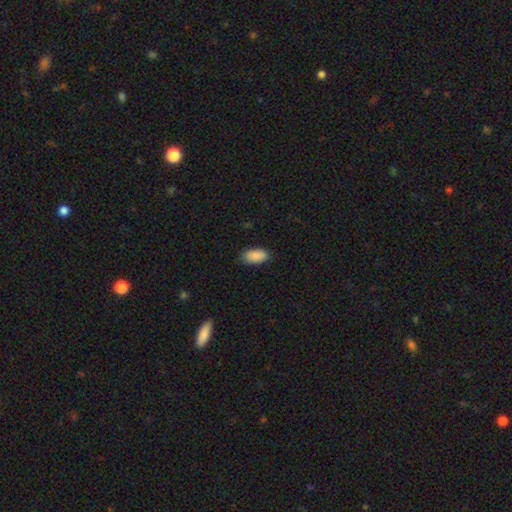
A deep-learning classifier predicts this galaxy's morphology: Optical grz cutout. It shows a smooth galaxy with no disk features (90%) that is in between round and cigar-shaped (93%). Merging: none (83%).